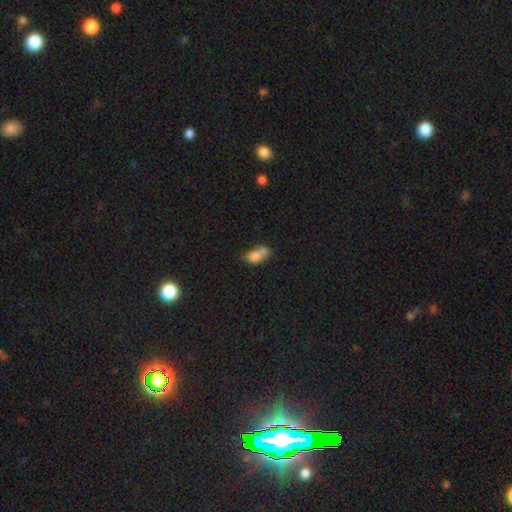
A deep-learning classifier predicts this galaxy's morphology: Q: Smooth or featured?
A: smooth (74%); runner-up: featured or disk (16%)
Q: How rounded?
A: in between (80%); runner-up: round (14%)
Q: Merging?
A: merger (44%); runner-up: none (28%)